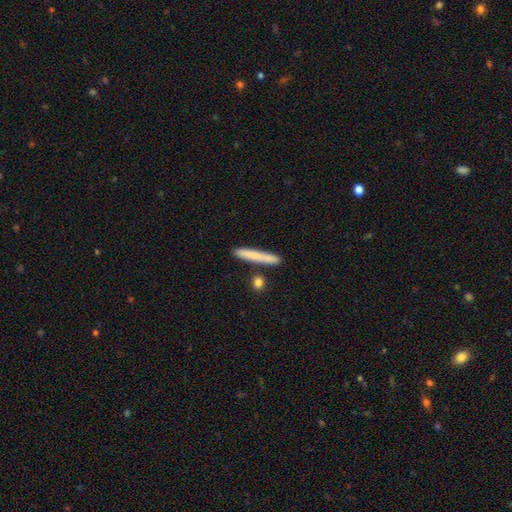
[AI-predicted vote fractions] This is likely a smooth galaxy (73%). How rounded: clearly cigar-shaped (95%). Merging: clearly none (83%).